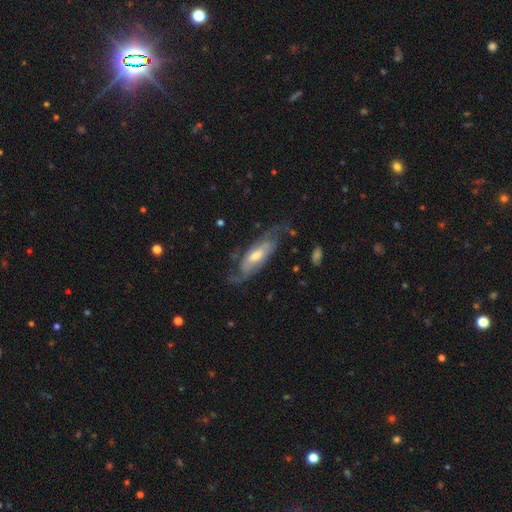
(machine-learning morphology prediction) type=featured or disk (79%); edge-on=no (84%); bar=no (49%); spiral arms=yes (91%); winding=medium (44%); arm count=2 (63%); bulge=moderate (57%); merging=none (64%).